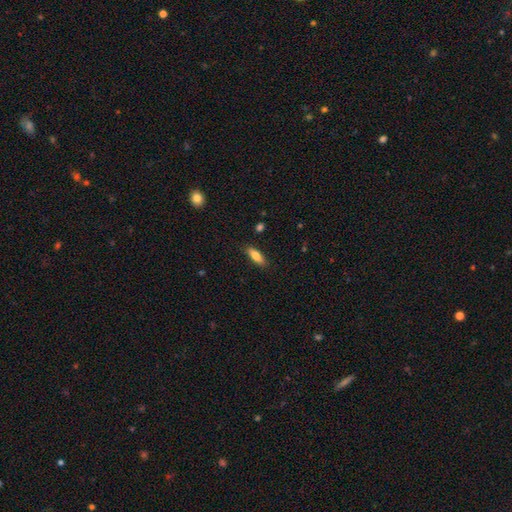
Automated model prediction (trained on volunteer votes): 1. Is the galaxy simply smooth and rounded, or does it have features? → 78% smooth, 15% featured or disk, 7% star or artifact.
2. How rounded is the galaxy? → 64% in between, 34% cigar-shaped, 2% round.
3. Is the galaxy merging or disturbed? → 85% none, 11% minor disturbance, 2% major disturbance, 1% merger.